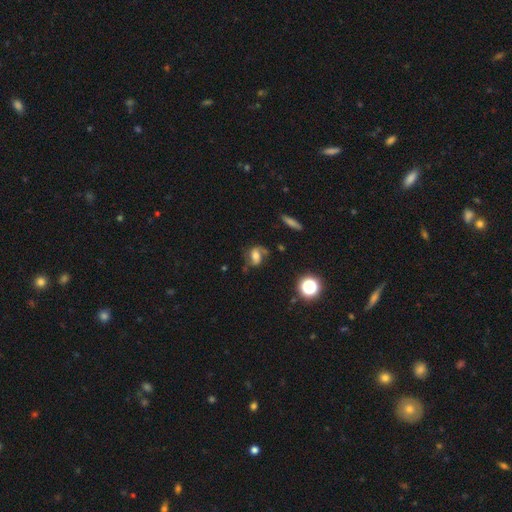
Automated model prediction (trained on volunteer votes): smooth_or_featured: featured or disk (p=0.58) [alt: smooth p=0.29]
disk_edge_on: no (p=0.95) [alt: yes p=0.05]
bar: no (p=0.40) [alt: weak p=0.38]
has_spiral_arms: yes (p=0.87) [alt: no p=0.13]
bulge_size: moderate (p=0.45) [alt: large p=0.28]
merging: none (p=0.55) [alt: minor disturbance p=0.22]